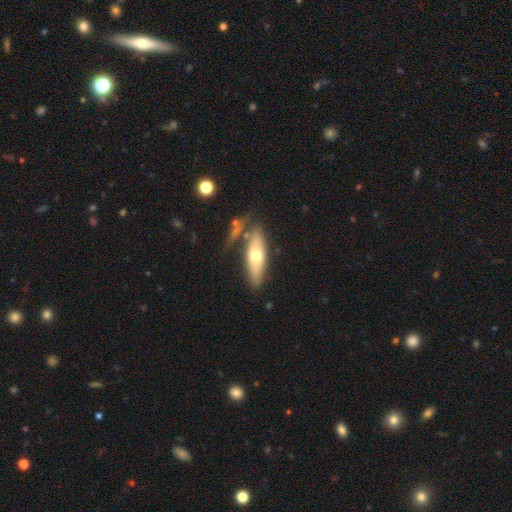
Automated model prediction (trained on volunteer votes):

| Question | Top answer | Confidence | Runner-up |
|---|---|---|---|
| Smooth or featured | smooth | 58% | featured or disk (36%) |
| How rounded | in between | 54% | cigar-shaped (44%) |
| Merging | none | 71% | minor disturbance (16%) |